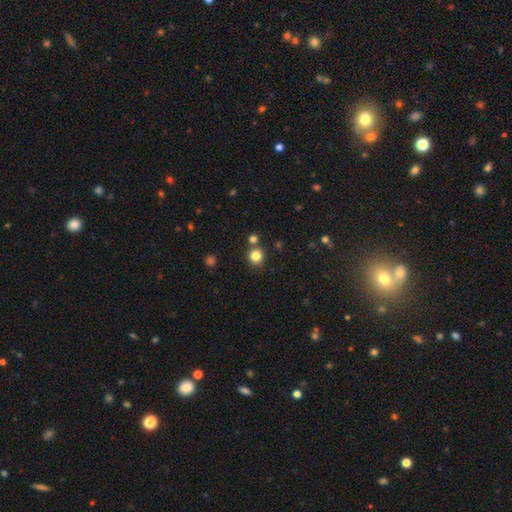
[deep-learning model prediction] A smooth galaxy with no disk features (82%) that is round (92%). Merging: none (81%).